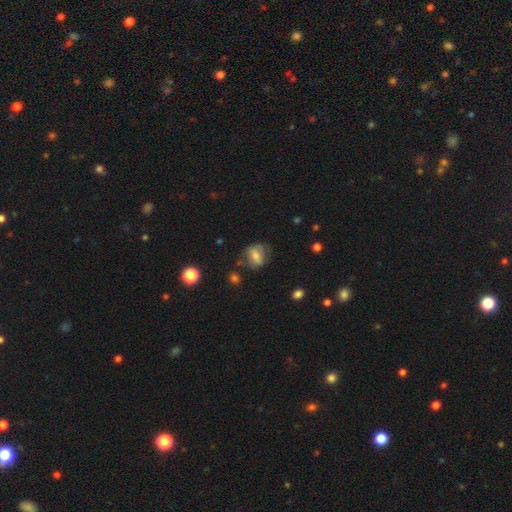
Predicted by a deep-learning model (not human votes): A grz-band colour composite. It shows a smooth galaxy with no disk features (59%) that is in between round and cigar-shaped (55%). Merging: none (56%).